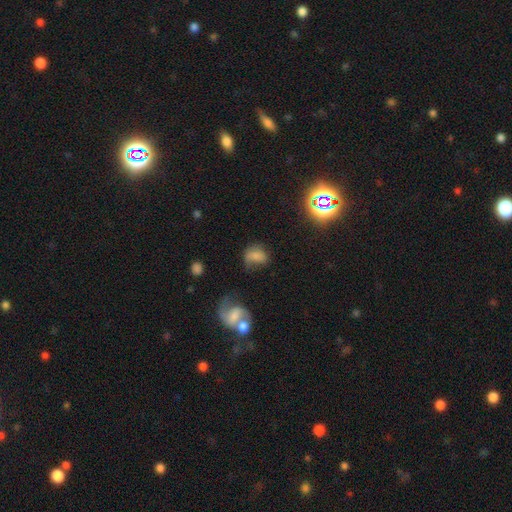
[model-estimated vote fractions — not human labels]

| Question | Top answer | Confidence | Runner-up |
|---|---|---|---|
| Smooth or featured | smooth | 62% | featured or disk (22%) |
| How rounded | in between | 66% | round (32%) |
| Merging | none | 39% | minor disturbance (27%) |